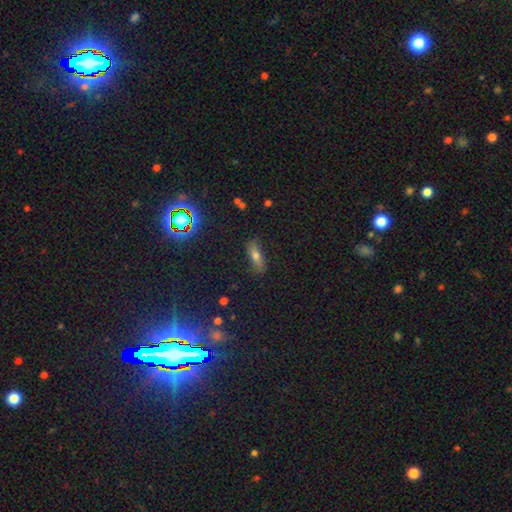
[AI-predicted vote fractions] A smooth galaxy with no disk features (63%) that is in between round and cigar-shaped (56%). Merging: none (80%).